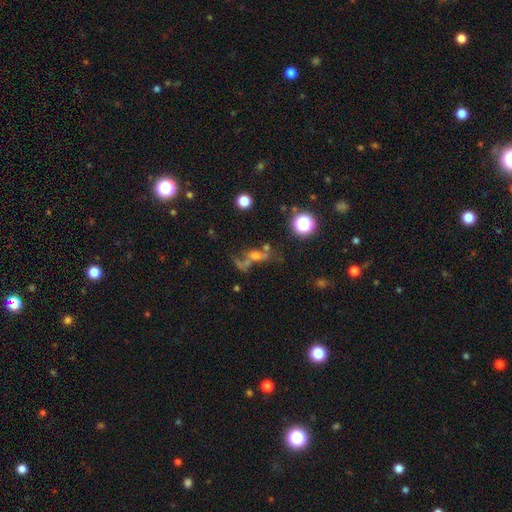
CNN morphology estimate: smooth_or_featured: smooth (p=0.42) [alt: featured or disk p=0.30]
merging: none (p=0.35) [alt: merger p=0.31]